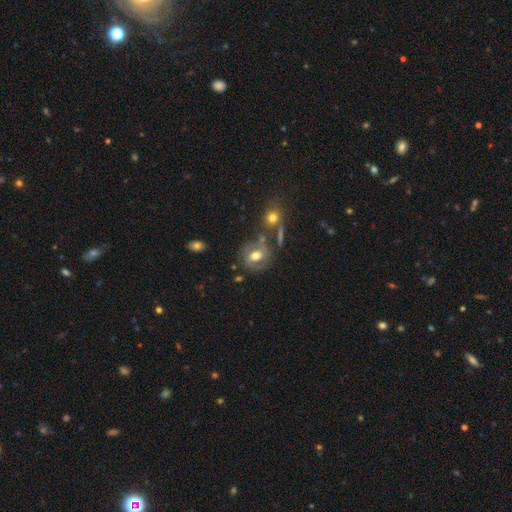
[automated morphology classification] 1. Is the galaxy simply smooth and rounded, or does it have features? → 50% featured or disk, 40% smooth, 10% star or artifact.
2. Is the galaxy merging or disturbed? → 62% none, 17% minor disturbance, 12% merger, 9% major disturbance.